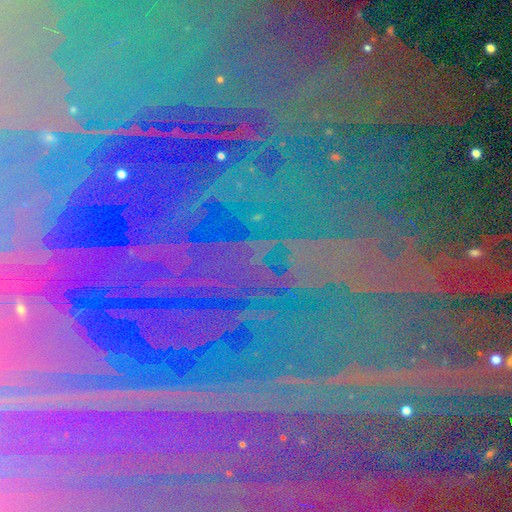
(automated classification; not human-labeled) A star or artifact, not a galaxy (89%).